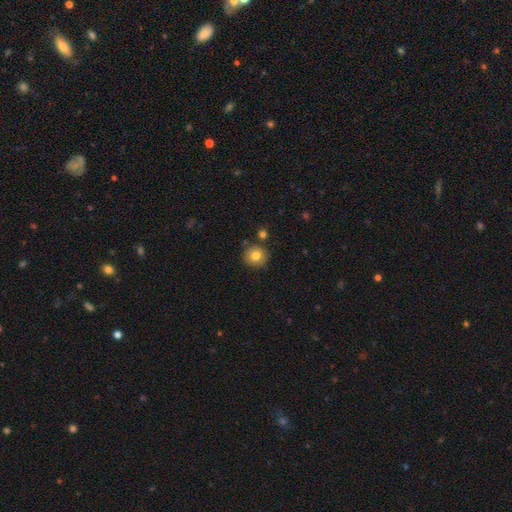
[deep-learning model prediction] Morphology: type=smooth (79%); roundness=round (89%); merging=none (83%).